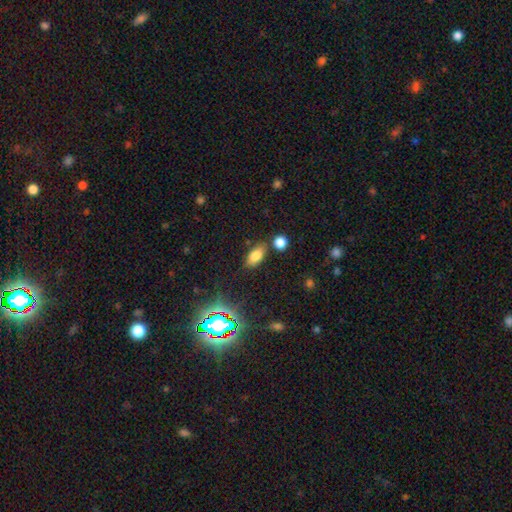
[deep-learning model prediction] Smooth or featured?
  - smooth: 75% *
  - star or artifact: 14%
  - featured or disk: 10%
How rounded?
  - in between: 86% *
  - cigar-shaped: 7%
  - round: 7%
Merging?
  - none: 76% *
  - minor disturbance: 13%
  - merger: 8%
  - major disturbance: 3%